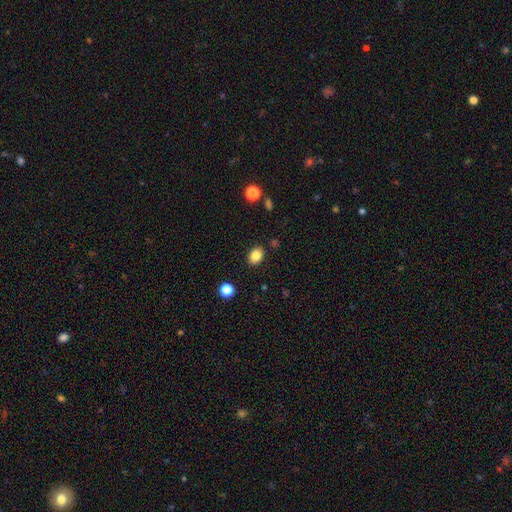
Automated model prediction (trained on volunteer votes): Smooth or featured?
  - smooth: 85% *
  - star or artifact: 10%
  - featured or disk: 5%
How rounded?
  - in between: 69% *
  - round: 30%
  - cigar-shaped: 1%
Merging?
  - none: 87% *
  - minor disturbance: 9%
  - major disturbance: 2%
  - merger: 2%